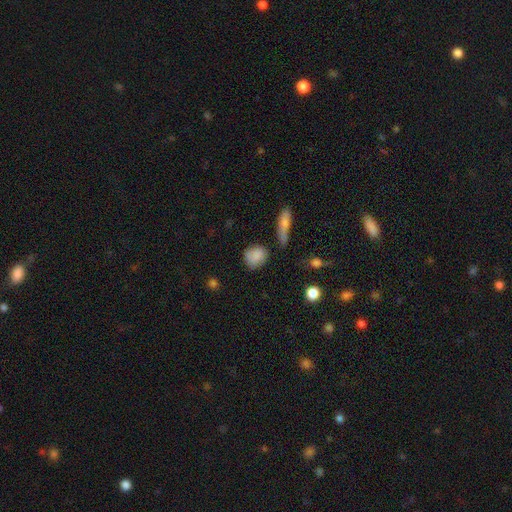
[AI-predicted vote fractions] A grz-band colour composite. It shows a smooth galaxy with no disk features (83%) that is round (68%). Merging: none (70%).